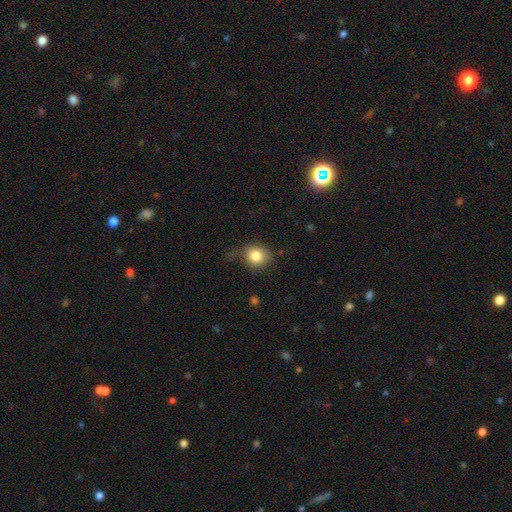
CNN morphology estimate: type=smooth (81%); roundness=round (80%); merging=none (61%).